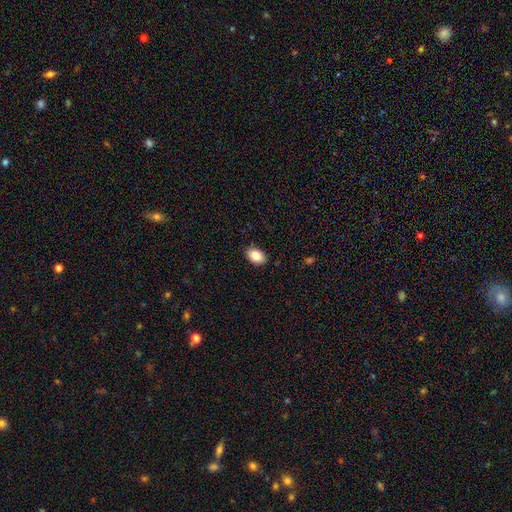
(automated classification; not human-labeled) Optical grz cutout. It shows a smooth galaxy with no disk features (86%) that is in between round and cigar-shaped (87%). Merging: none (89%).